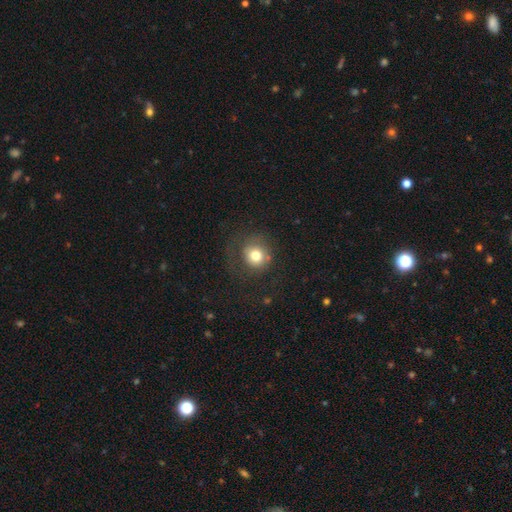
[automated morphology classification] Smooth or featured?
  - smooth: 76% *
  - featured or disk: 13%
  - star or artifact: 11%
How rounded?
  - round: 89% *
  - in between: 10%
  - cigar-shaped: 1%
Merging?
  - none: 66% *
  - minor disturbance: 16%
  - major disturbance: 16%
  - merger: 2%